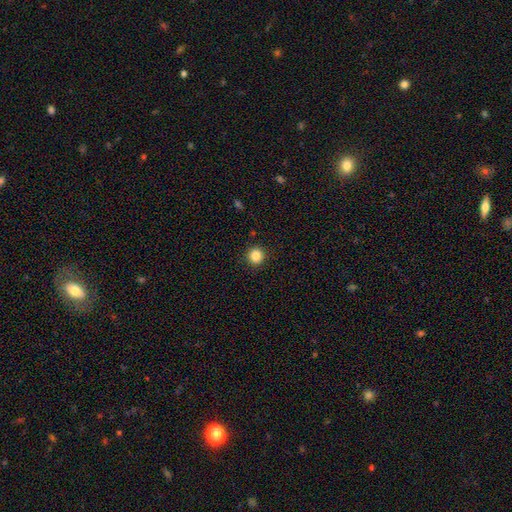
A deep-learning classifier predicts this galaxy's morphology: Smooth or featured? smooth (86%)
How rounded? round (91%)
Merging? none (92%)